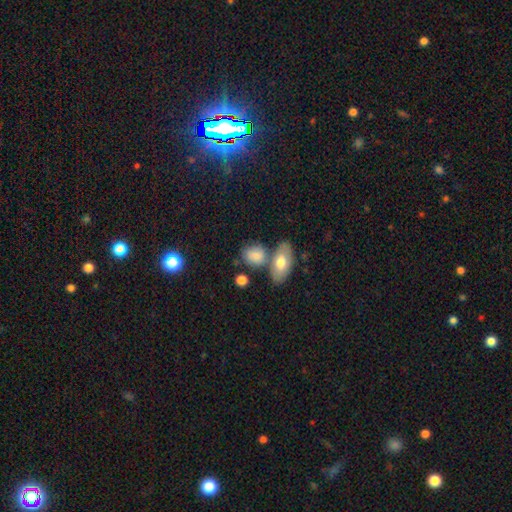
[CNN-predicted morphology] smooth_or_featured: smooth (p=0.80) [alt: featured or disk p=0.13]
how_rounded: in between (p=0.66) [alt: round p=0.31]
merging: none (p=0.53) [alt: merger p=0.26]